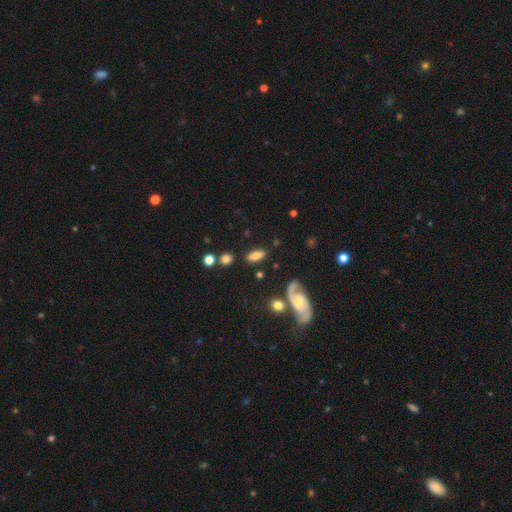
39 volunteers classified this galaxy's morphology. Smooth or featured? smooth (62%)
How rounded? in between (79%)
Merging? none (77%)